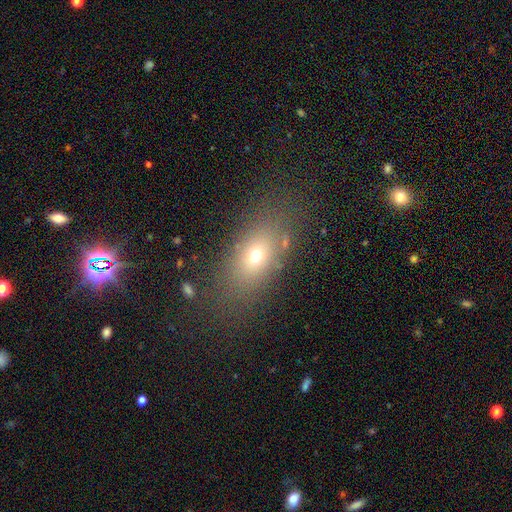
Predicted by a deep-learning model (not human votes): This is likely a smooth galaxy (67%). How rounded: likely in between (75%). Merging: likely none (74%).